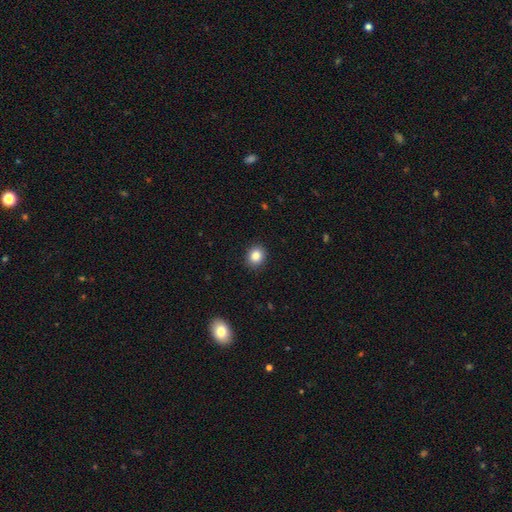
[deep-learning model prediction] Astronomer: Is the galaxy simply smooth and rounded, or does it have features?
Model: smooth — 86%.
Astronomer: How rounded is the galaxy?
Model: round — 72%.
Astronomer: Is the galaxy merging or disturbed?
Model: none — 90%.